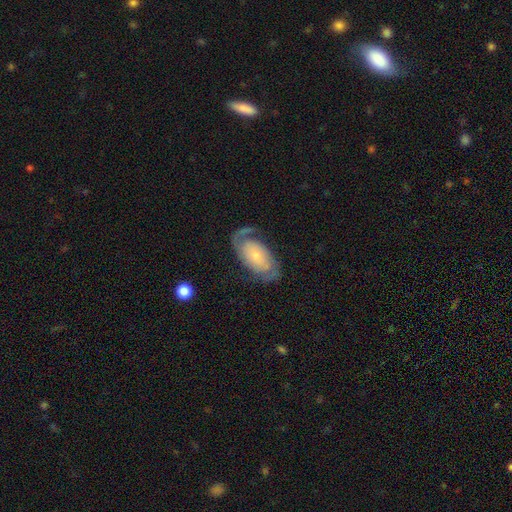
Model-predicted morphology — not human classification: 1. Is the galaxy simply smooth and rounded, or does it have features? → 71% featured or disk, 23% smooth, 6% star or artifact.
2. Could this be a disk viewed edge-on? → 95% no, 5% yes.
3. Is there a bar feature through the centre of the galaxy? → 70% no, 24% weak, 7% strong.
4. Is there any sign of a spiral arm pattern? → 90% yes, 10% no.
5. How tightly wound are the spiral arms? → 39% medium, 36% tight, 25% loose.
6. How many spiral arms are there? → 72% 2, 14% 1, 11% can't tell, 2% 3, 1% 4, 1% more than 4.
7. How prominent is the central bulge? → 63% small, 21% moderate, 7% none, 6% large, 3% dominant.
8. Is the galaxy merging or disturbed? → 60% none, 20% minor disturbance, 18% major disturbance, 2% merger.